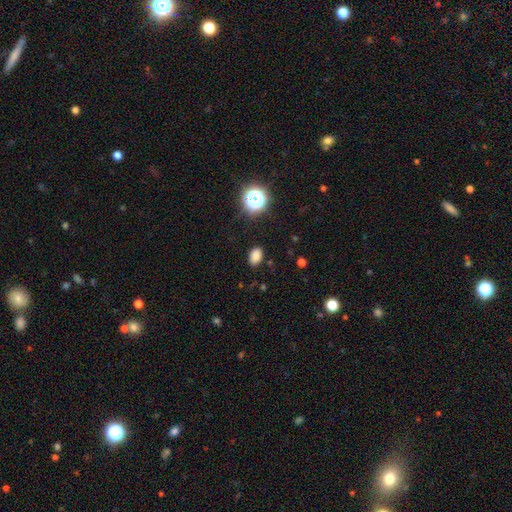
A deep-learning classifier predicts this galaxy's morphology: Smooth or featured? Predicted: smooth (p=0.80). How rounded? Predicted: in between (p=0.83). Merging? Predicted: none (p=0.85).